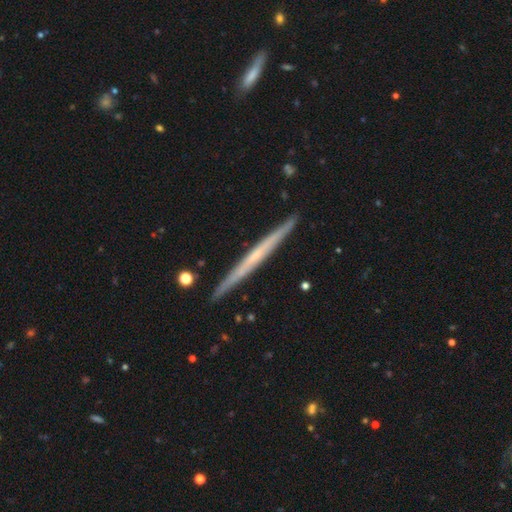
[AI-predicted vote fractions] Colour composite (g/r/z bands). It shows a featured or disk galaxy (64%) viewed edge-on (98%) with no central bulge (74%). Merging: none (92%).